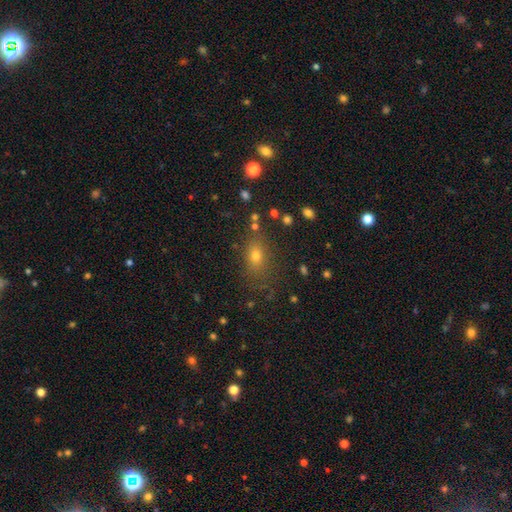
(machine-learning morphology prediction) A smooth galaxy with no disk features (70%) that is in between round and cigar-shaped (68%).

Vote fractions:
- Smooth or featured? smooth: 70% / star or artifact: 19% / featured or disk: 11%
- How rounded? in between: 68% / round: 27% / cigar-shaped: 5%
- Merging? none: 77% / minor disturbance: 14% / major disturbance: 5% / merger: 4%